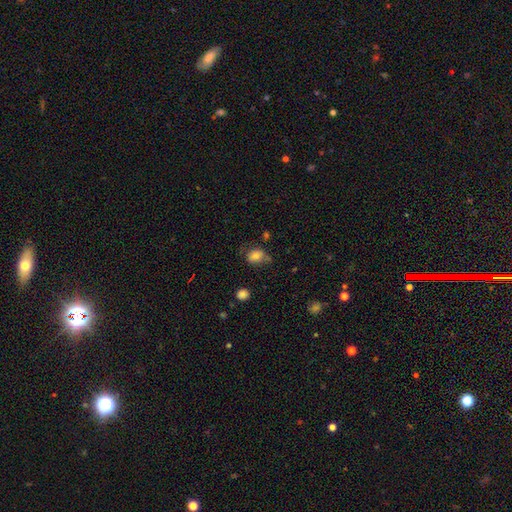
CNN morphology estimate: type=smooth (76%); roundness=in between (59%); merging=none (53%).